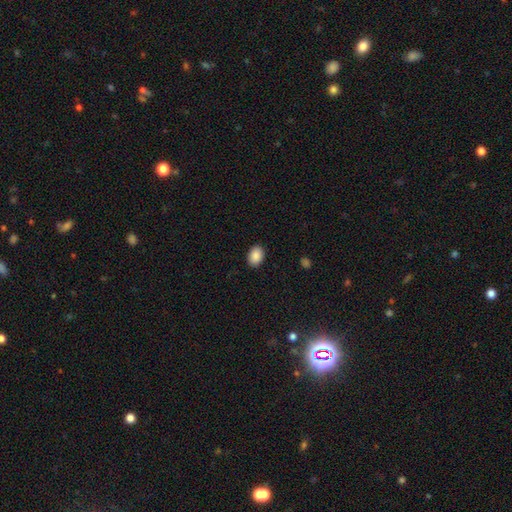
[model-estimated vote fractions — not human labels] Morphology: type=smooth (89%); roundness=in between (80%); merging=none (90%).